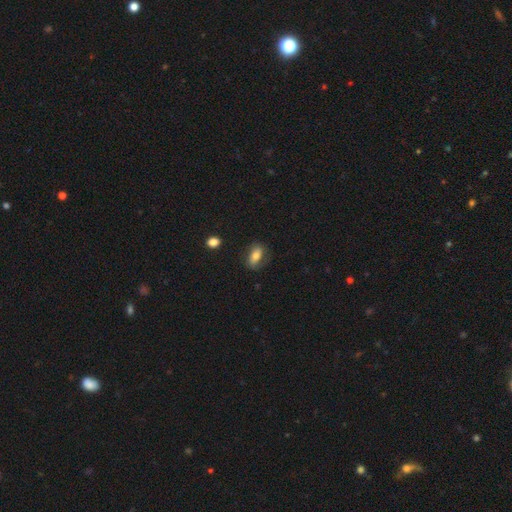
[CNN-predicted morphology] The model was most divided on "smooth or featured": smooth: 67%, featured or disk: 24%, star or artifact: 8%. More confident: how rounded — in between (84%); merging — none (67%).